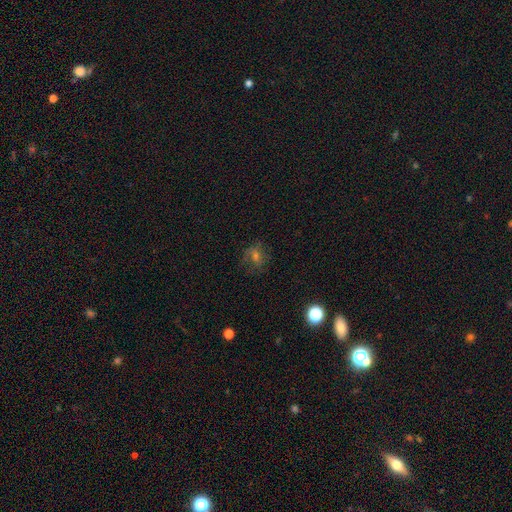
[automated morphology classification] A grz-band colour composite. It shows a featured or disk galaxy (37%, tied with smooth). Merging: none (69%).